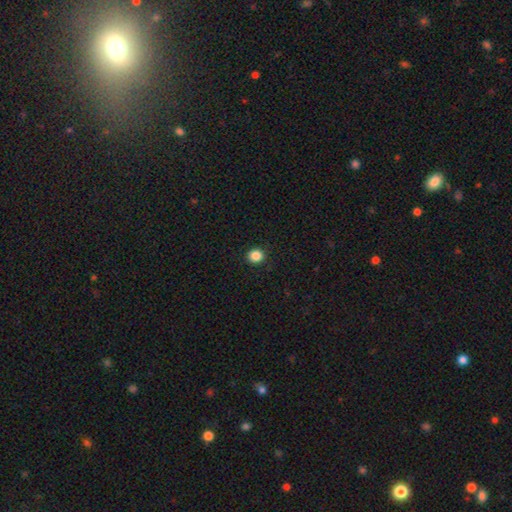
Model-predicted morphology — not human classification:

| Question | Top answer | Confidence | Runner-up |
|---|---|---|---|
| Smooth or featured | smooth | 86% | star or artifact (11%) |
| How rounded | round | 88% | in between (11%) |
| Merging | none | 93% | minor disturbance (5%) |